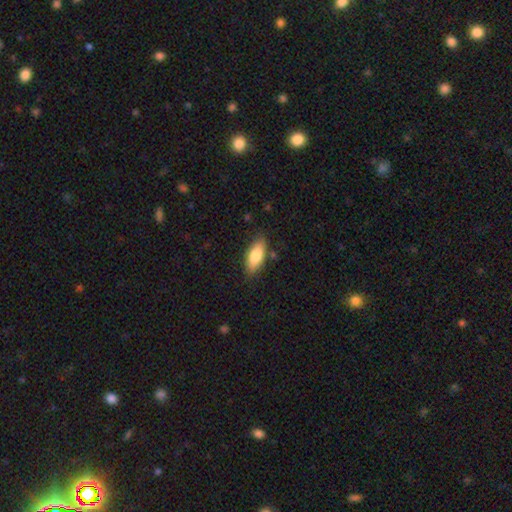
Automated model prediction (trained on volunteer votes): Overall: smooth (81%). How rounded: in between (79%). Merging: none (82%).